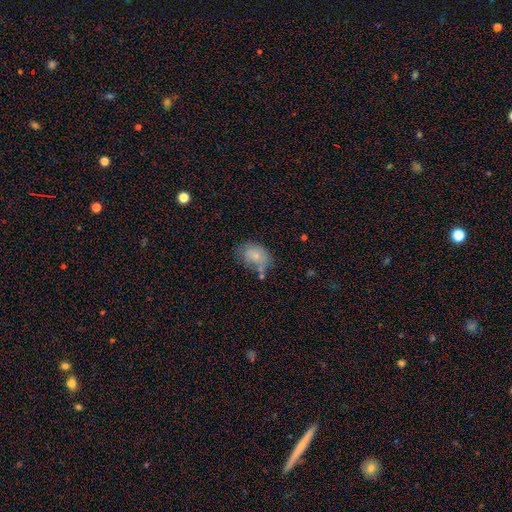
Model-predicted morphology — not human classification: smooth 66%, featured or disk 21%, star or artifact 14%. Down the decision tree: how rounded — in between (70%); merging — none (57%).